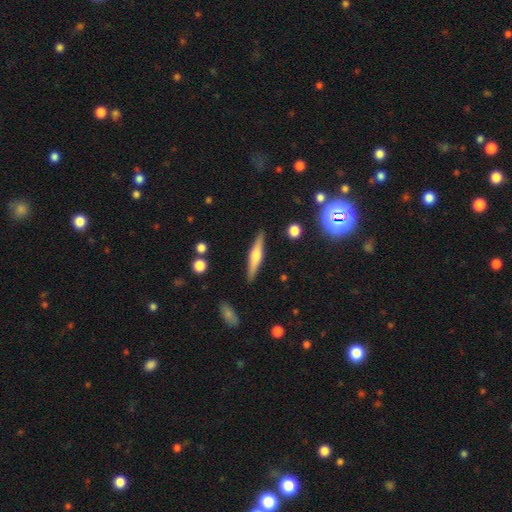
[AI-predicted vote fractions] smooth-or-featured: featured or disk: 57% | smooth: 36% | star or artifact: 6%
  disk-edge-on: yes: 96% | no: 4%
    edge-on-bulge: rounded: 84% | boxy: 10% | none: 6%
  merging: none: 89% | minor disturbance: 8% | merger: 2% | major disturbance: 2%